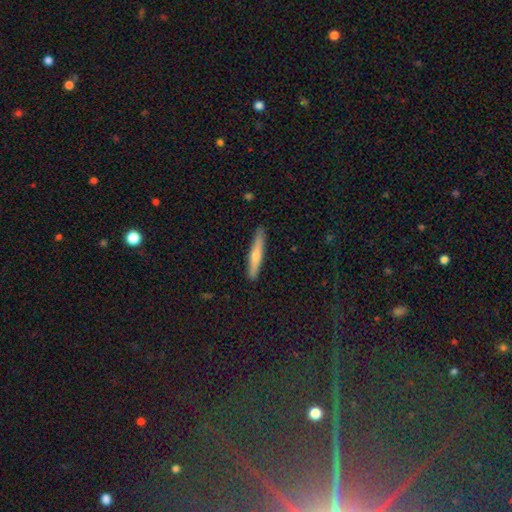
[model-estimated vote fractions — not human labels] A featured or disk galaxy (47%).

Vote fractions:
- Smooth or featured? featured or disk: 47% / smooth: 38% / star or artifact: 15%
- Merging? none: 89% / minor disturbance: 8% / major disturbance: 2% / merger: 1%